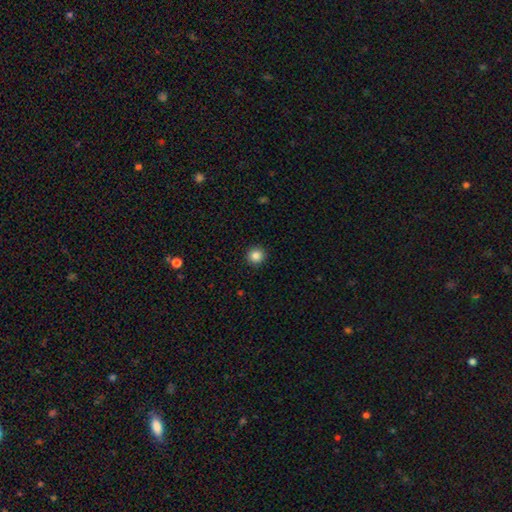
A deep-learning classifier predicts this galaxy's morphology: Smooth or featured?
  - smooth: 85% *
  - star or artifact: 11%
  - featured or disk: 4%
How rounded?
  - round: 94% *
  - in between: 5%
  - cigar-shaped: 1%
Merging?
  - none: 93% *
  - minor disturbance: 5%
  - major disturbance: 2%
  - merger: 1%